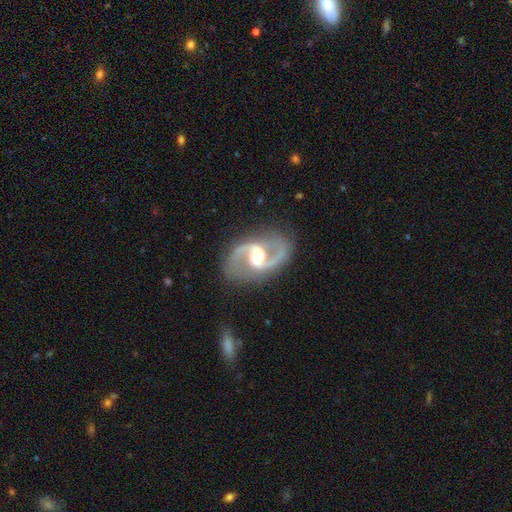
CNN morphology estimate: smooth_or_featured: featured or disk (p=0.93) [alt: star or artifact p=0.04]
disk_edge_on: no (p=0.98) [alt: yes p=0.02]
bar: weak (p=0.49) [alt: strong p=0.27]
has_spiral_arms: yes (p=0.98) [alt: no p=0.02]
spiral_winding: medium (p=0.58) [alt: loose p=0.32]
spiral_arm_count: 2 (p=0.95) [alt: can't tell p=0.01]
bulge_size: moderate (p=0.69) [alt: small p=0.17]
merging: none (p=0.84) [alt: minor disturbance p=0.11]